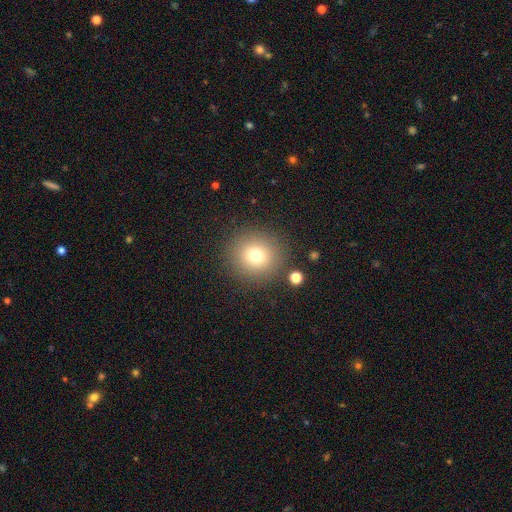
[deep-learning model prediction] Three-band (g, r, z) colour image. It shows a smooth galaxy with no disk features (75%) that is round (93%). Merging: none (87%).